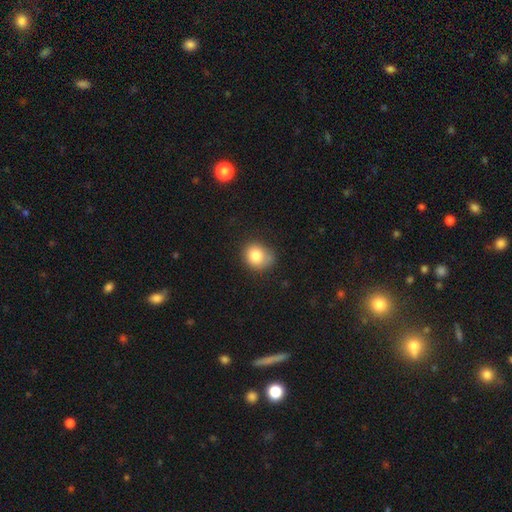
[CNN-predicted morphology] A smooth galaxy with no disk features (81%) that is round (66%). Merging: none (64%).